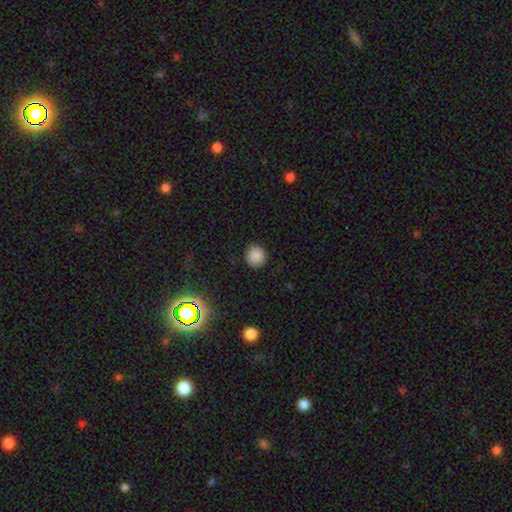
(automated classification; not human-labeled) The model was most divided on "smooth or featured": smooth: 86%, star or artifact: 11%, featured or disk: 3%. More confident: how rounded — round (93%); merging — none (91%).